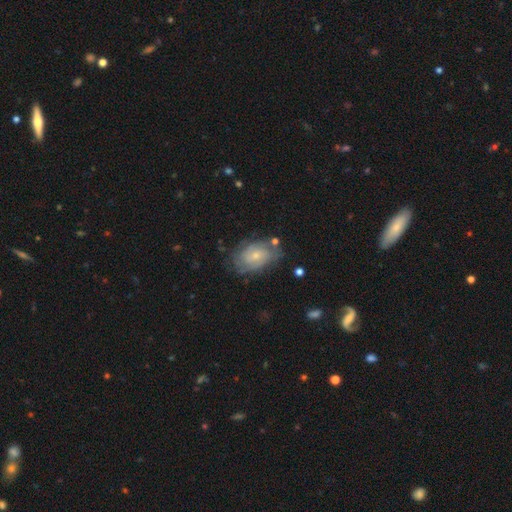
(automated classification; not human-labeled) This appears to be a featured or disk galaxy (68%) with no bar (70%), tight (57%) spiral arms (86%) and a small central bulge (63%). Merging: none (64%).